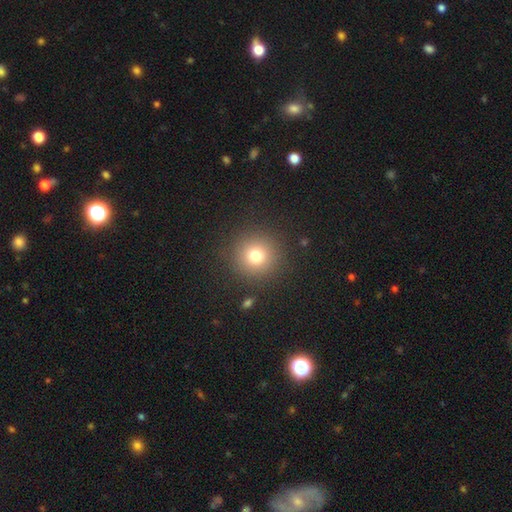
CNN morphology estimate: Smooth or featured: smooth — 76% (star or artifact — 15%)
How rounded: round — 95% (in between — 4%)
Merging: none — 89% (minor disturbance — 6%)